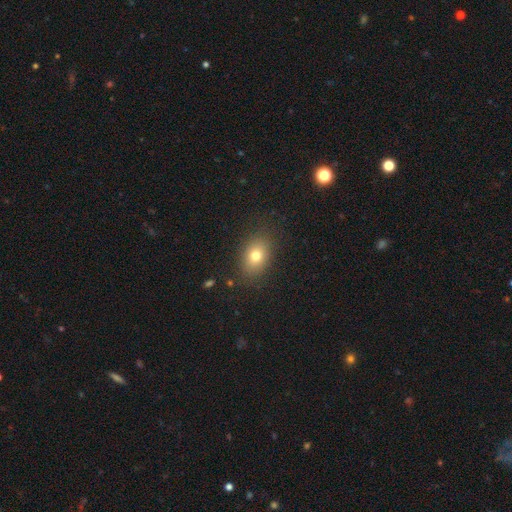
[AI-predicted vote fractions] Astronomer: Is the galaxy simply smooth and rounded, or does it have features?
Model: smooth — 76%.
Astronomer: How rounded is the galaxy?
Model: in between — 72%.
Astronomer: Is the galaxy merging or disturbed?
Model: none — 84%.